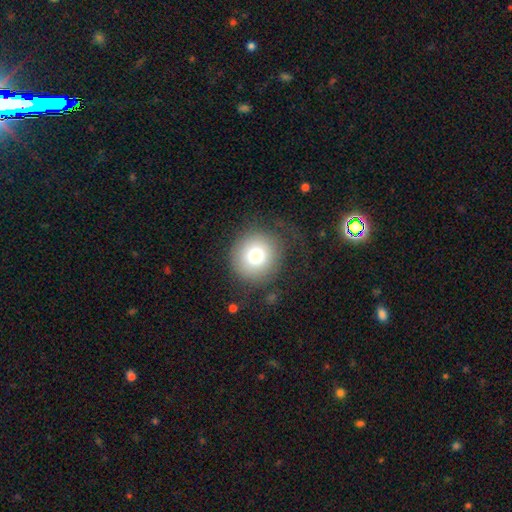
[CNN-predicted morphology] Q: Smooth or featured?
A: smooth (75%); runner-up: featured or disk (14%)
Q: How rounded?
A: round (92%); runner-up: in between (7%)
Q: Merging?
A: none (69%); runner-up: minor disturbance (15%)